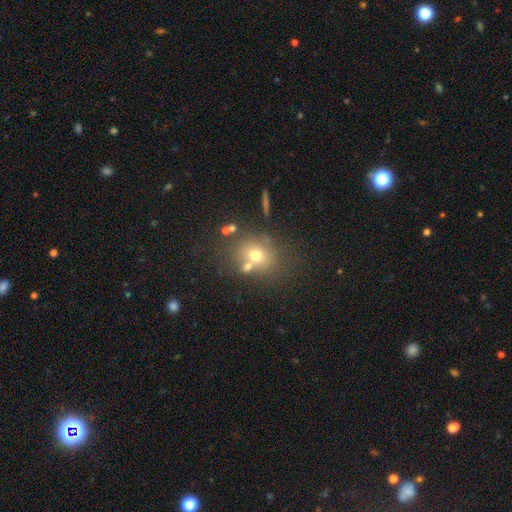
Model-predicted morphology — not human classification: Smooth or featured?
  - smooth: 65% *
  - featured or disk: 18%
  - star or artifact: 17%
How rounded?
  - round: 63% *
  - in between: 36%
  - cigar-shaped: 1%
Merging?
  - none: 59% *
  - merger: 22%
  - minor disturbance: 13%
  - major disturbance: 6%